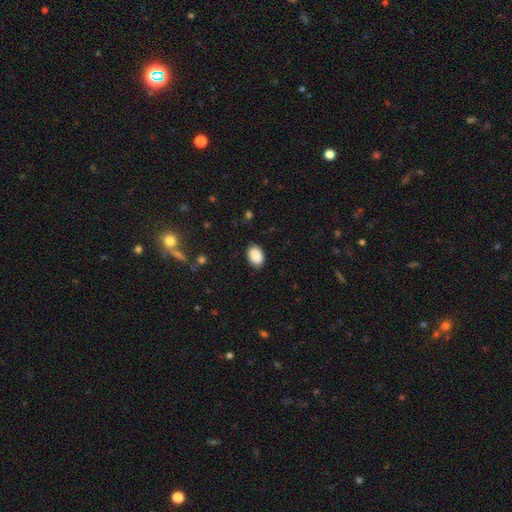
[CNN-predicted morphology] Smooth or featured?
  - smooth: 89% *
  - star or artifact: 7%
  - featured or disk: 4%
How rounded?
  - in between: 85% *
  - round: 14%
  - cigar-shaped: 1%
Merging?
  - none: 86% *
  - minor disturbance: 10%
  - major disturbance: 2%
  - merger: 1%